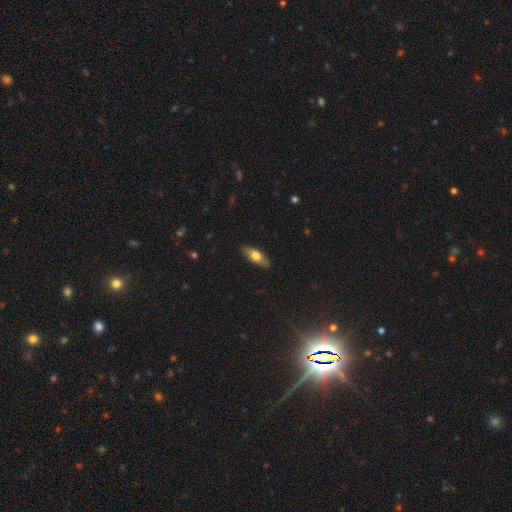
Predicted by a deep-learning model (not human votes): smooth 63%, featured or disk 31%, star or artifact 6%. Down the decision tree: how rounded — in between (70%); merging — none (86%).